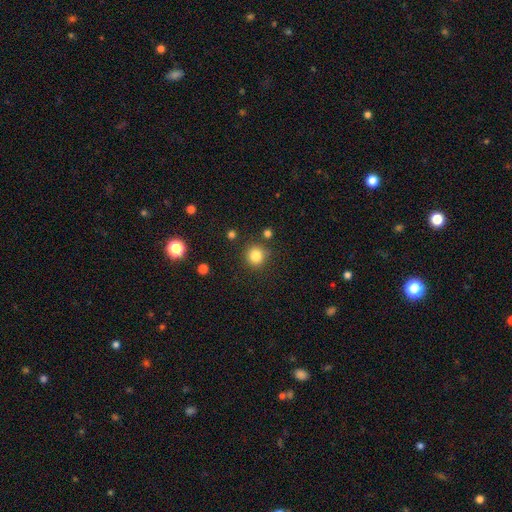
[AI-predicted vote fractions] smooth-or-featured: smooth: 82% | star or artifact: 12% | featured or disk: 5%
  how-rounded: round: 92% | in between: 7% | cigar-shaped: 1%
  merging: none: 86% | minor disturbance: 8% | merger: 4% | major disturbance: 3%